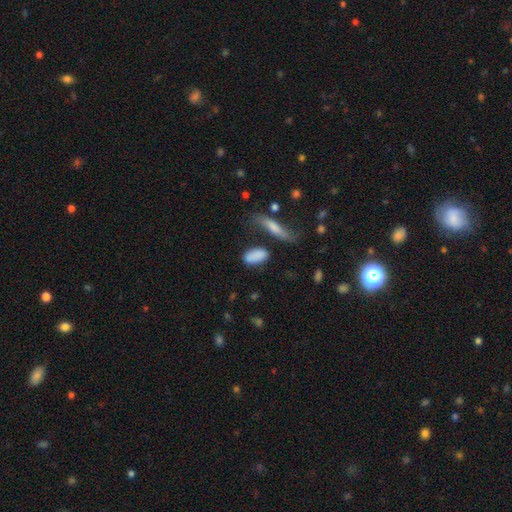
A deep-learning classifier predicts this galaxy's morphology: Smooth or featured?
  - smooth: 84% *
  - featured or disk: 8%
  - star or artifact: 8%
How rounded?
  - in between: 88% *
  - cigar-shaped: 8%
  - round: 4%
Merging?
  - none: 63% *
  - minor disturbance: 19%
  - merger: 9%
  - major disturbance: 8%